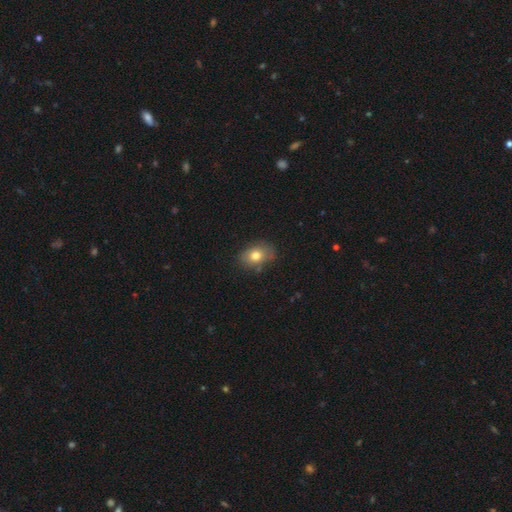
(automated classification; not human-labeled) Smooth or featured: smooth — 77% (featured or disk — 14%)
How rounded: in between — 74% (round — 25%)
Merging: none — 77% (minor disturbance — 17%)